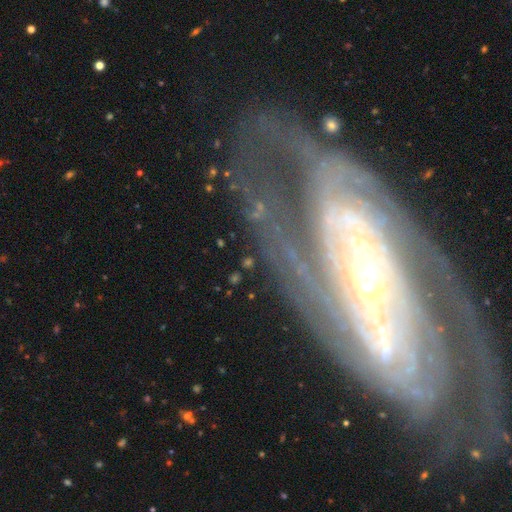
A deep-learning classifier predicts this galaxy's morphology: A featured or disk galaxy (87%) with no bar (39%), 2 (32%) tight (66%) spiral arms (93%) and a small central bulge (58%). Merging: none (67%).